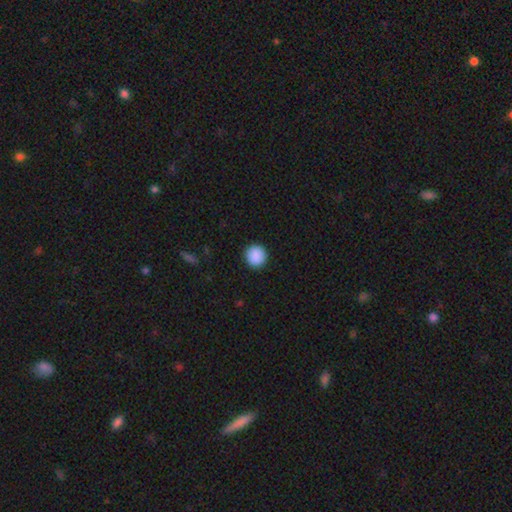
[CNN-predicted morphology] This is clearly a smooth galaxy (90%). How rounded: clearly round (94%). Merging: clearly none (92%).